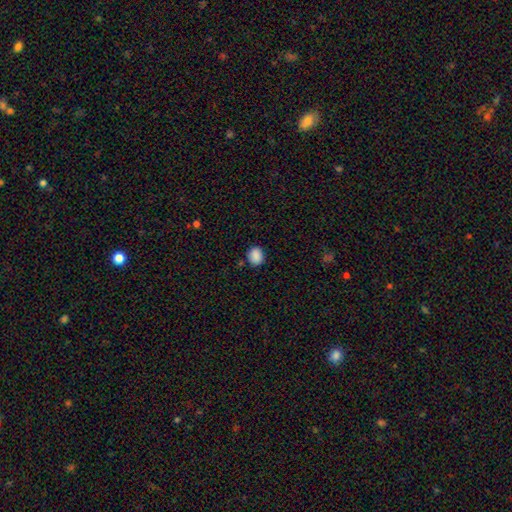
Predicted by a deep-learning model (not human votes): Morphology: type=smooth (88%); roundness=round (61%); merging=none (82%).